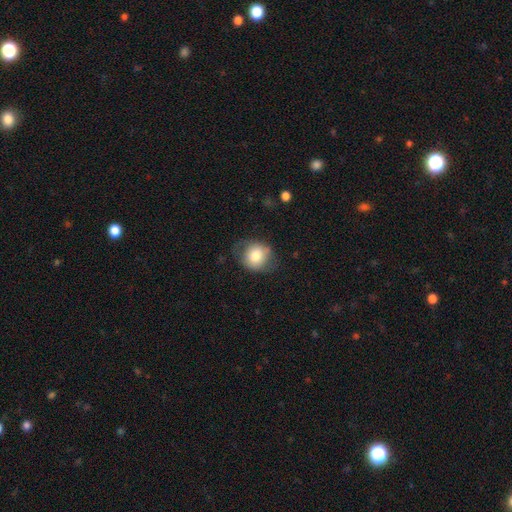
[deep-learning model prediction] Overall: smooth (76%). How rounded: round (74%). Merging: none (63%; minor disturbance 25%).